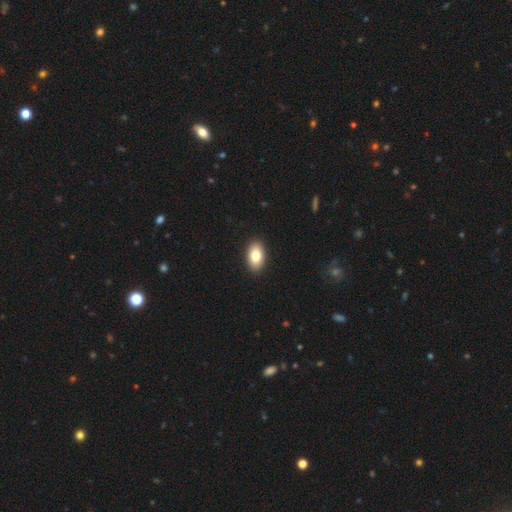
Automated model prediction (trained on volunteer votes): smooth_or_featured: smooth (p=0.81) [alt: featured or disk p=0.12]
how_rounded: in between (p=0.92) [alt: round p=0.07]
merging: none (p=0.91) [alt: minor disturbance p=0.06]